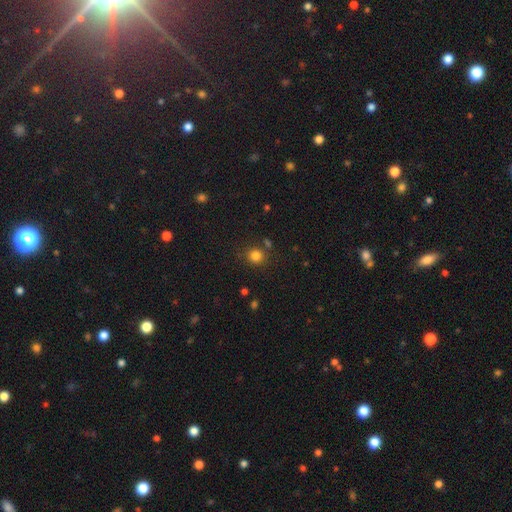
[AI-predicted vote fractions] A smooth galaxy with no disk features (81%) that is round (87%).

Vote fractions:
- Smooth or featured? smooth: 81% / star or artifact: 14% / featured or disk: 5%
- How rounded? round: 87% / in between: 12% / cigar-shaped: 1%
- Merging? none: 79% / minor disturbance: 10% / merger: 7% / major disturbance: 4%